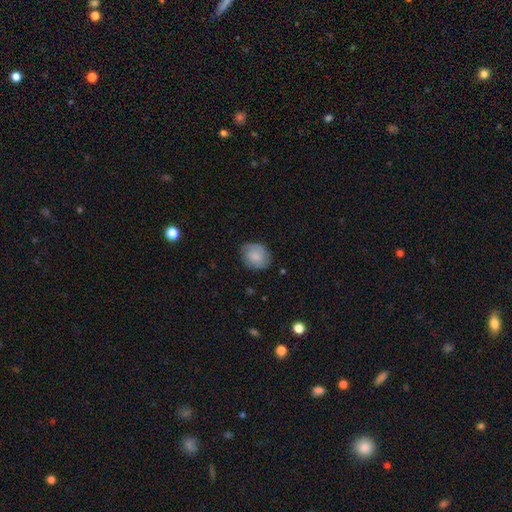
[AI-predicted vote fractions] smooth_or_featured: smooth (p=0.66) [alt: featured or disk p=0.27]
how_rounded: round (p=0.54) [alt: in between p=0.45]
merging: none (p=0.74) [alt: minor disturbance p=0.20]